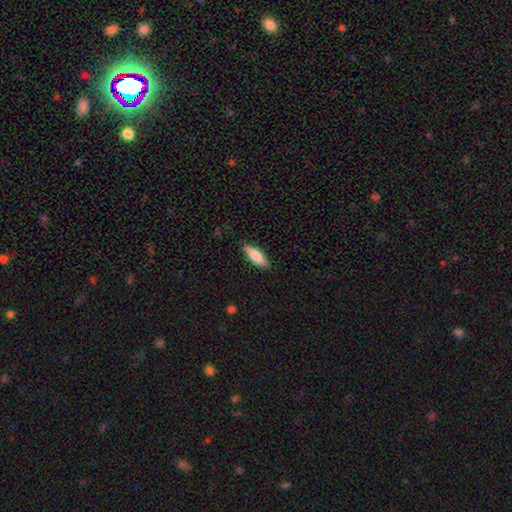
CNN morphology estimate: Overall: smooth (76%). How rounded: in between (50%; cigar-shaped 48%). Merging: none (86%).